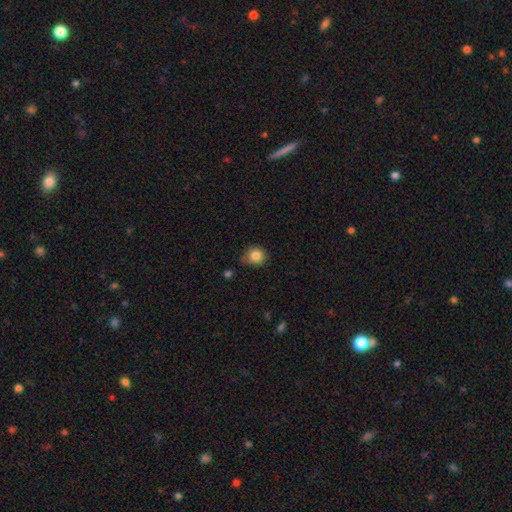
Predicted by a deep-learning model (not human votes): Smooth or featured?
  - smooth: 84% *
  - star or artifact: 10%
  - featured or disk: 6%
How rounded?
  - round: 85% *
  - in between: 14%
  - cigar-shaped: 1%
Merging?
  - none: 70% *
  - minor disturbance: 24%
  - major disturbance: 4%
  - merger: 3%